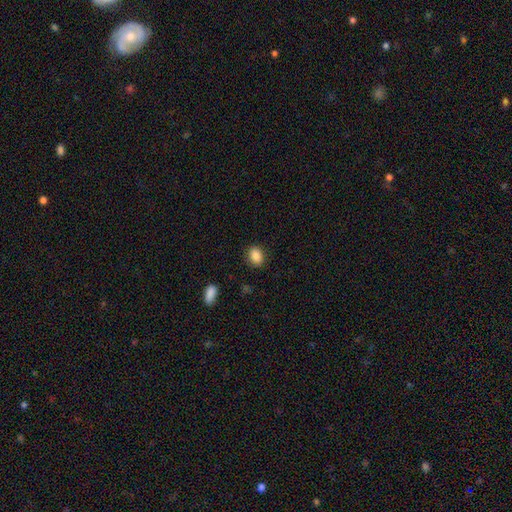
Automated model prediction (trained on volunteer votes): smooth-or-featured: smooth: 88% | star or artifact: 8% | featured or disk: 4%
  how-rounded: in between: 60% | round: 38% | cigar-shaped: 1%
  merging: none: 87% | minor disturbance: 9% | major disturbance: 3% | merger: 1%